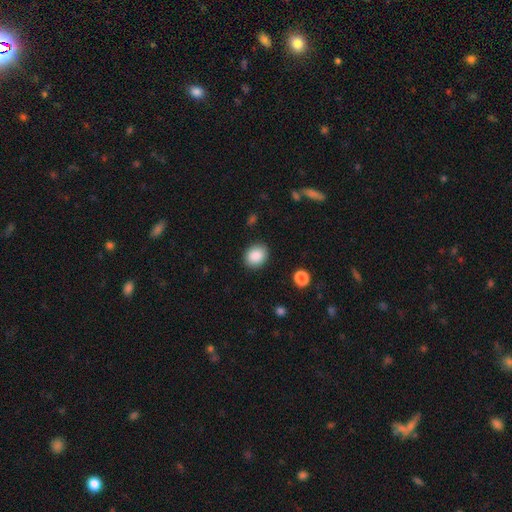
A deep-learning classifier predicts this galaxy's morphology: Q: Smooth or featured?
A: smooth (88%); runner-up: star or artifact (8%)
Q: How rounded?
A: round (56%); runner-up: in between (44%)
Q: Merging?
A: none (88%); runner-up: minor disturbance (8%)